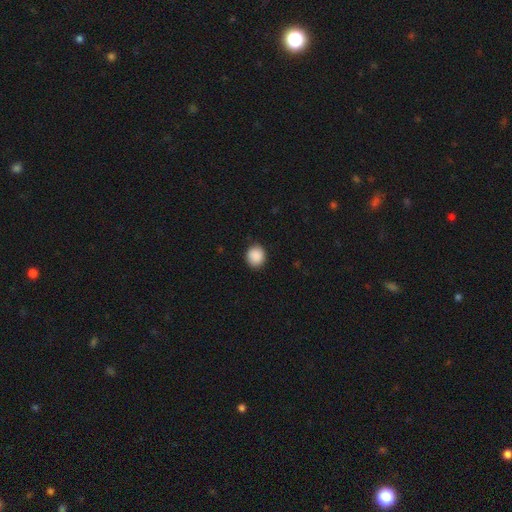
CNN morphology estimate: This is clearly a smooth galaxy (90%). How rounded: clearly round (81%). Merging: clearly none (89%).